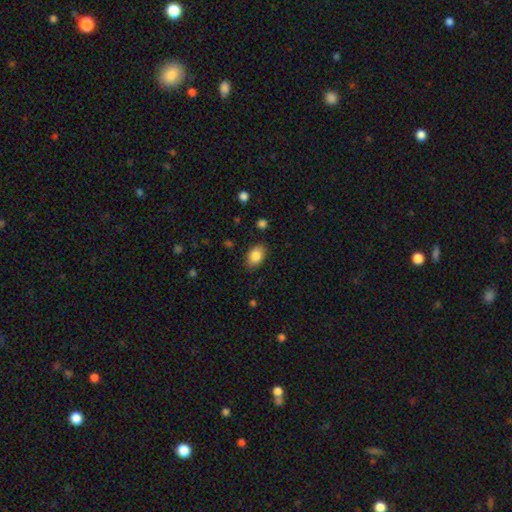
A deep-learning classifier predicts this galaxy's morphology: Smooth or featured?
  - smooth: 85% *
  - star or artifact: 8%
  - featured or disk: 7%
How rounded?
  - in between: 86% *
  - round: 13%
  - cigar-shaped: 1%
Merging?
  - none: 84% *
  - minor disturbance: 12%
  - major disturbance: 3%
  - merger: 1%